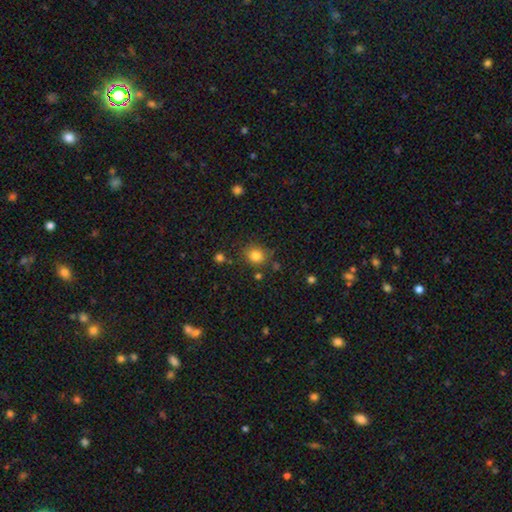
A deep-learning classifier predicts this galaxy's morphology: Smooth or featured: smooth — 83% (star or artifact — 12%)
How rounded: round — 75% (in between — 25%)
Merging: none — 80% (minor disturbance — 12%)